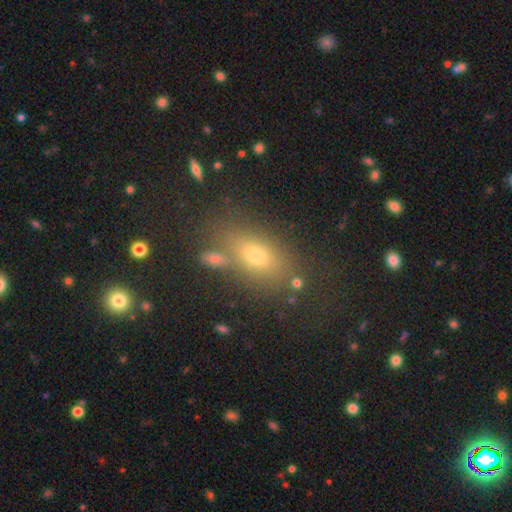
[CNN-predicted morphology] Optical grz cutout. It shows a smooth galaxy with no disk features (68%) that is in between round and cigar-shaped (79%). Merging: none (69%).